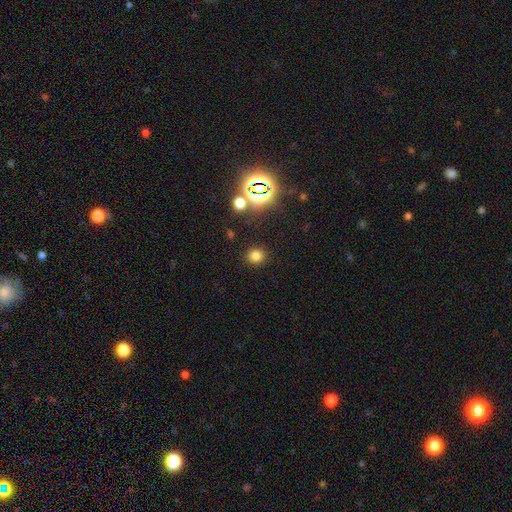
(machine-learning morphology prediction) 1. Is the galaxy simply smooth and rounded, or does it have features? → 75% smooth, 20% star or artifact, 6% featured or disk.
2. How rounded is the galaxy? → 84% round, 15% in between, 1% cigar-shaped.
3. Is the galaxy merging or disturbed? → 88% none, 6% minor disturbance, 3% major disturbance, 2% merger.